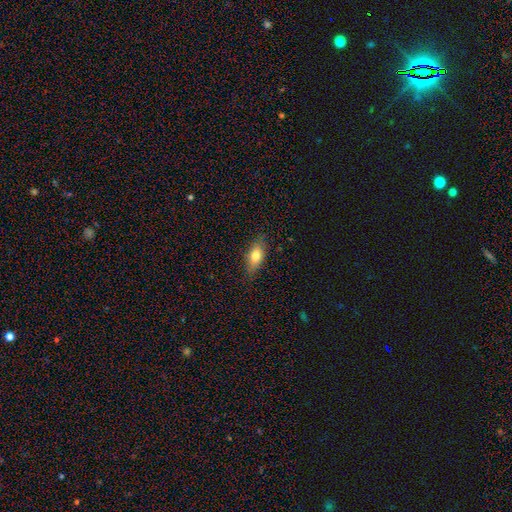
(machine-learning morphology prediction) This is likely a smooth galaxy (70%). How rounded: likely in between (77%). Merging: clearly none (81%).